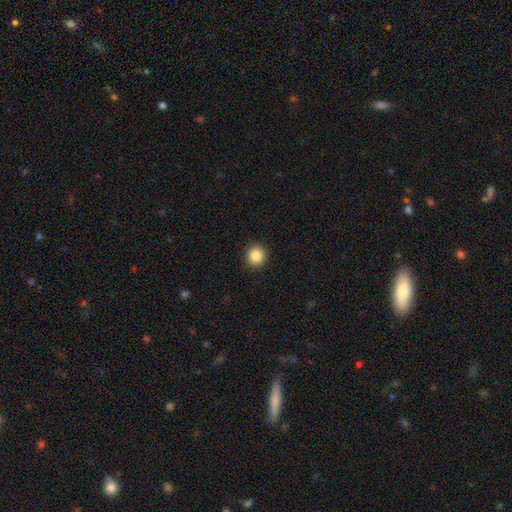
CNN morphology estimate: A smooth galaxy with no disk features (86%) that is round (92%).

Vote fractions:
- Smooth or featured? smooth: 86% / star or artifact: 10% / featured or disk: 4%
- How rounded? round: 92% / in between: 7% / cigar-shaped: 1%
- Merging? none: 92% / minor disturbance: 6% / major disturbance: 2% / merger: 1%